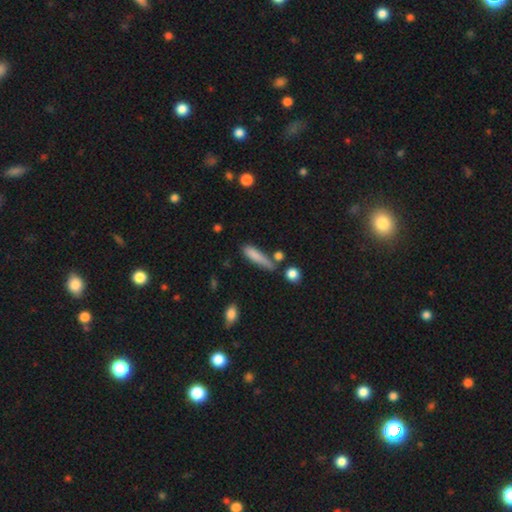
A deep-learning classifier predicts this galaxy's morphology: Overall: smooth (79%). How rounded: cigar-shaped (77%). Merging: none (57%; minor disturbance 24%).